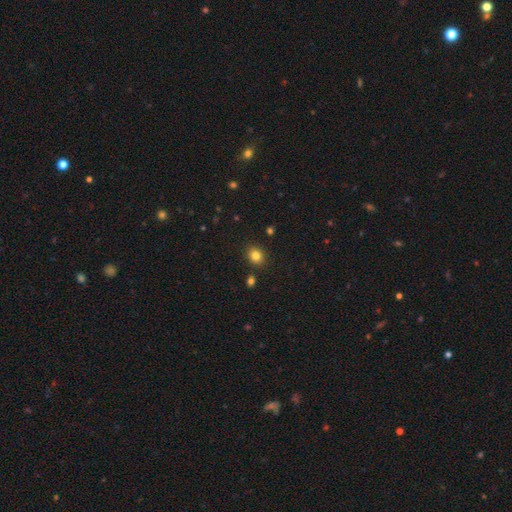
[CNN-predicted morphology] A smooth galaxy with no disk features (82%) that is round (67%). Merging: none (88%).